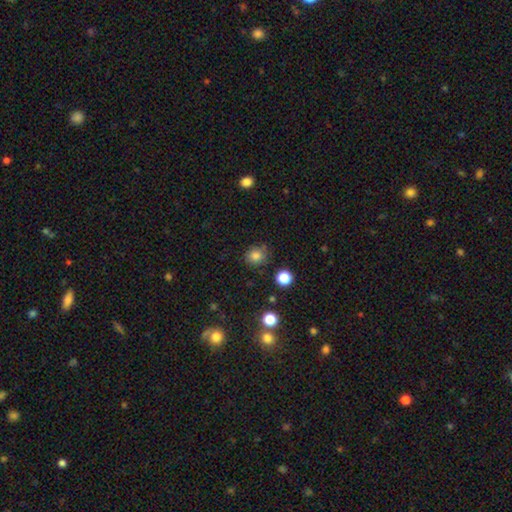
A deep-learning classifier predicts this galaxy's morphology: Smooth or featured: smooth — 82% (star or artifact — 13%)
How rounded: round — 83% (in between — 17%)
Merging: none — 80% (minor disturbance — 13%)